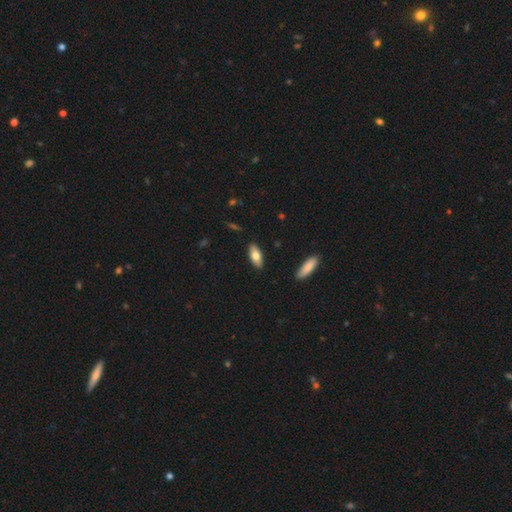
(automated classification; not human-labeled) This is likely a smooth galaxy (71%). How rounded: likely in between (78%). Merging: clearly none (88%).